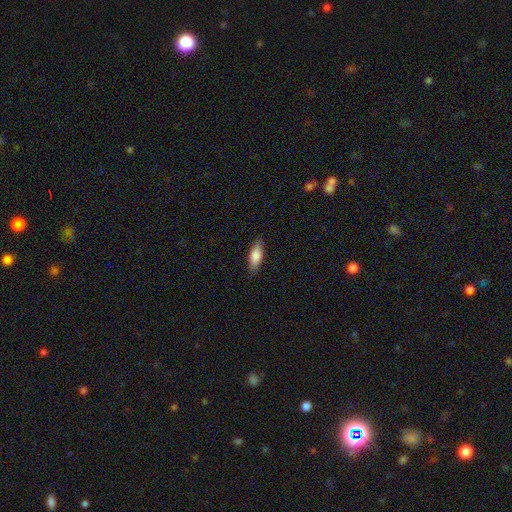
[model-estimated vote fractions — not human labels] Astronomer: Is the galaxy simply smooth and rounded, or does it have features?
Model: smooth — 80%.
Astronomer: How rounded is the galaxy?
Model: in between — 70%.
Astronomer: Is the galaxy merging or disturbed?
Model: none — 85%.